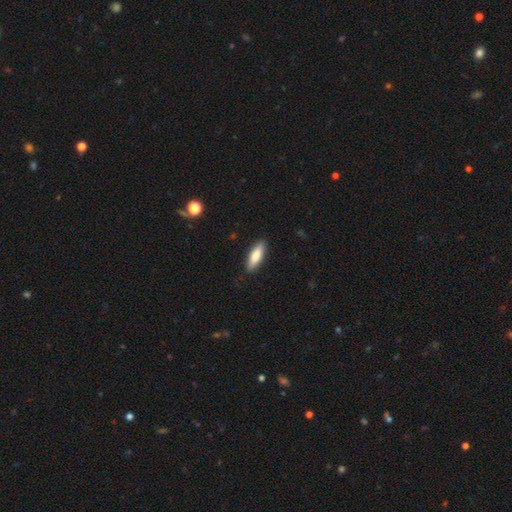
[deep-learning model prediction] Smooth or featured? smooth (74%)
How rounded? cigar-shaped (54%)
Merging? none (89%)